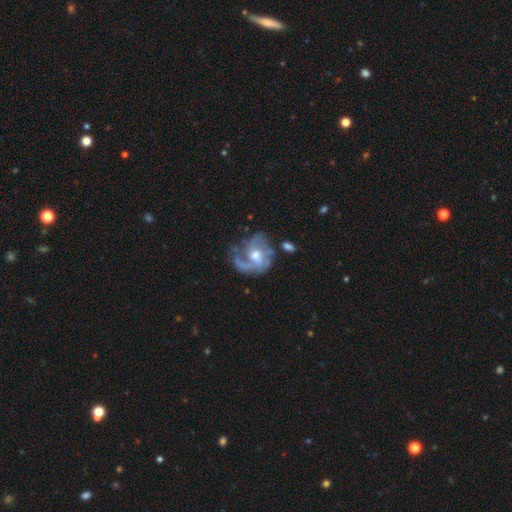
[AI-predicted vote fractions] The model was most divided on "spiral winding": medium: 43%, loose: 31%, tight: 26%. Remaining: edge-on disk — no (98%); spiral arms — yes (86%); smooth or featured — featured or disk (79%); bulge size — moderate (70%); bar — no (63%); merging — none (45%); spiral arm count — 2 (37%).